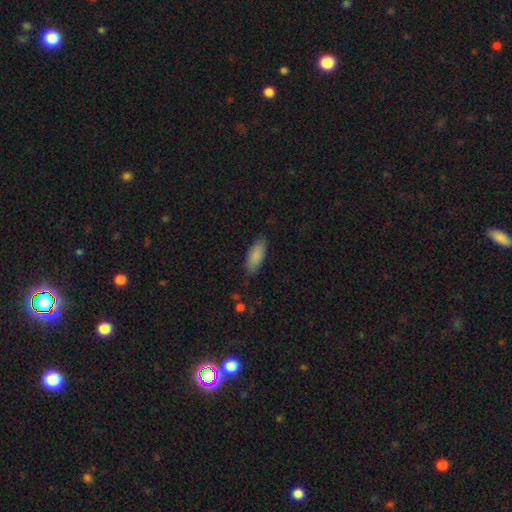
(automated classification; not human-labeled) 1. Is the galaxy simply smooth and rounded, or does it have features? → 87% smooth, 7% featured or disk, 6% star or artifact.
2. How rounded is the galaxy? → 78% in between, 20% cigar-shaped, 2% round.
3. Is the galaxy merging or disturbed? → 82% none, 14% minor disturbance, 3% major disturbance, 1% merger.